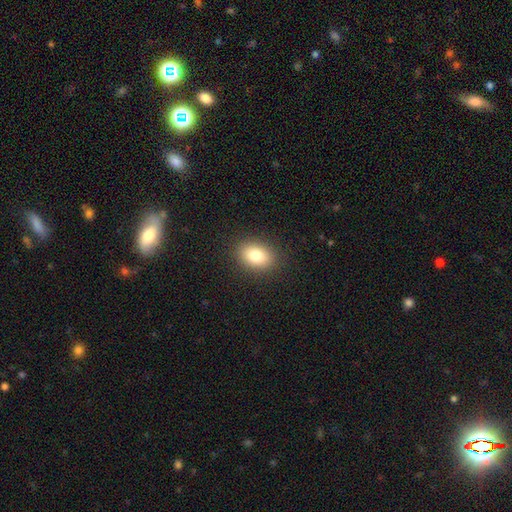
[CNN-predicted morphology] smooth-or-featured: smooth: 82% | star or artifact: 9% | featured or disk: 9%
  how-rounded: in between: 77% | round: 22% | cigar-shaped: 1%
  merging: none: 89% | minor disturbance: 8% | major disturbance: 3% | merger: 1%